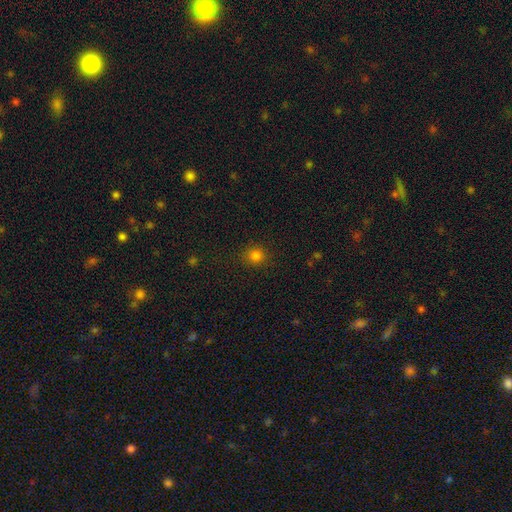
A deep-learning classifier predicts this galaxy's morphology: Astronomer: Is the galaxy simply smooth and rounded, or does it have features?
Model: smooth — 80%.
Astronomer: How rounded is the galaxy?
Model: round — 87%.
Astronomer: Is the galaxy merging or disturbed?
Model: none — 88%.